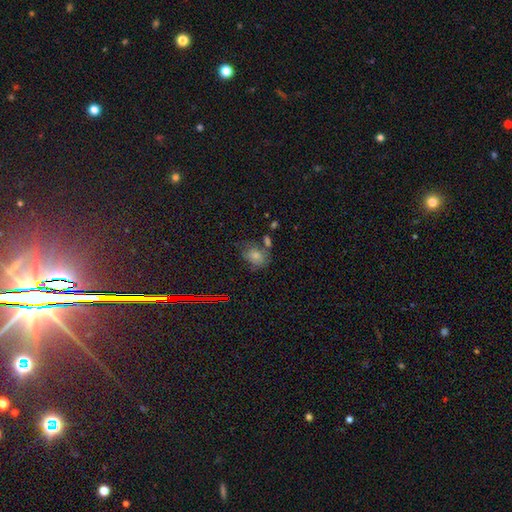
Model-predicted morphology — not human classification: smooth-or-featured: smooth: 68% | featured or disk: 17% | star or artifact: 15%
  how-rounded: in between: 60% | round: 39% | cigar-shaped: 2%
  merging: none: 47% | minor disturbance: 24% | merger: 17% | major disturbance: 12%